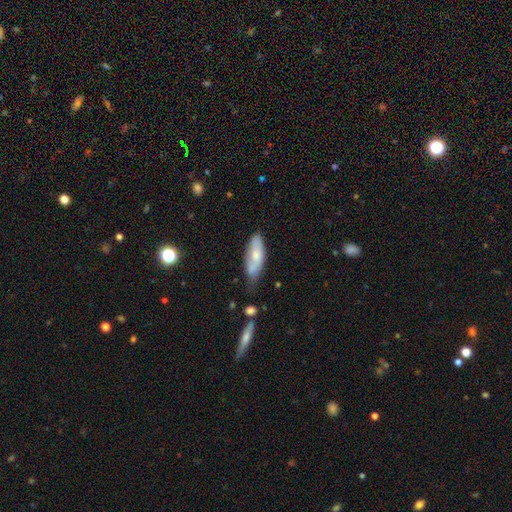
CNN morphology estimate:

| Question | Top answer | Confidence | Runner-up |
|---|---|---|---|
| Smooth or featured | smooth | 62% | featured or disk (31%) |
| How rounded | in between | 69% | cigar-shaped (29%) |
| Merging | none | 56% | minor disturbance (32%) |